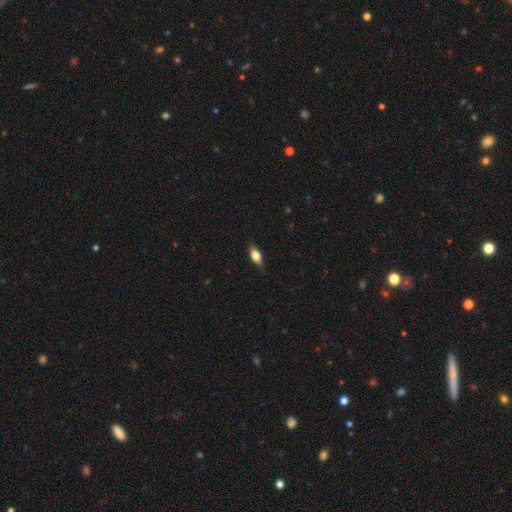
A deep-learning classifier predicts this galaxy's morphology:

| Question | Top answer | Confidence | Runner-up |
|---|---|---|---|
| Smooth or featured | smooth | 68% | featured or disk (25%) |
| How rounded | in between | 76% | cigar-shaped (20%) |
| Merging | none | 83% | minor disturbance (14%) |